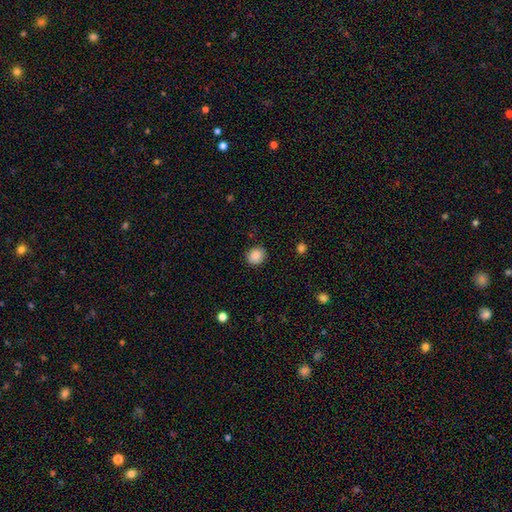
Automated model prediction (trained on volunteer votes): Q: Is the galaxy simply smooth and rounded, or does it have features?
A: smooth — 88%.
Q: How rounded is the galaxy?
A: round — 83%.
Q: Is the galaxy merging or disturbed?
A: none — 88%.